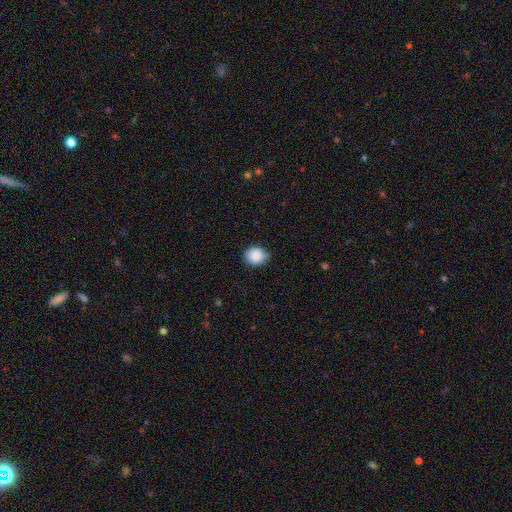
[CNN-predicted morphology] A smooth galaxy with no disk features (86%) that is round (65%).

Vote fractions:
- Smooth or featured? smooth: 86% / star or artifact: 8% / featured or disk: 6%
- How rounded? round: 65% / in between: 34% / cigar-shaped: 1%
- Merging? none: 74% / minor disturbance: 22% / major disturbance: 3% / merger: 1%